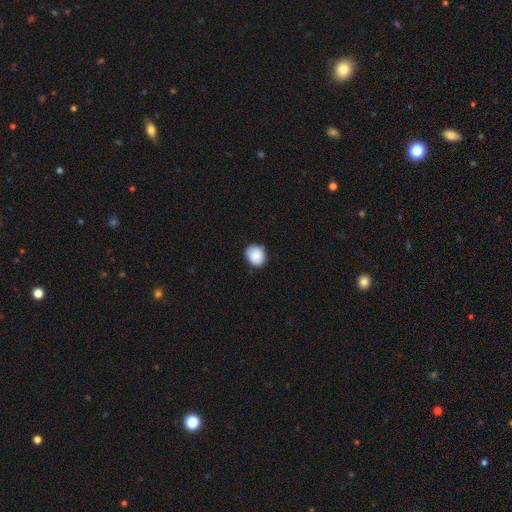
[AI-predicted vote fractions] A smooth galaxy with no disk features (89%) that is round (63%).

Vote fractions:
- Smooth or featured? smooth: 89% / star or artifact: 8% / featured or disk: 3%
- How rounded? round: 63% / in between: 36% / cigar-shaped: 1%
- Merging? none: 84% / minor disturbance: 13% / major disturbance: 2% / merger: 1%